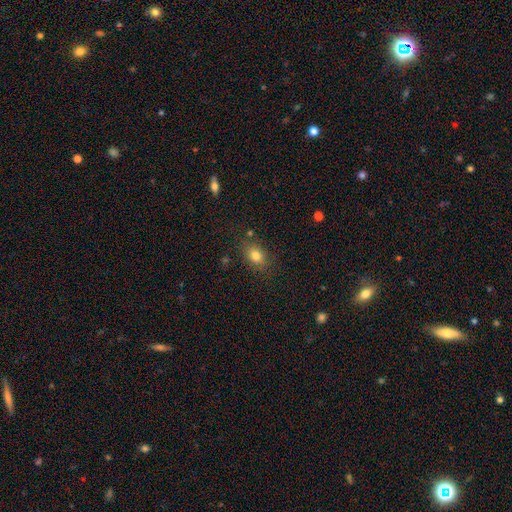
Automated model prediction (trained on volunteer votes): Morphology: type=smooth (80%); roundness=in between (71%); merging=none (81%).